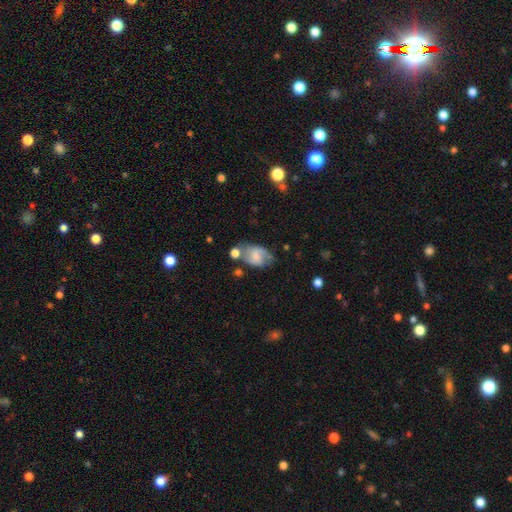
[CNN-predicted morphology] Smooth or featured? Predicted: smooth (p=0.50). Merging? Predicted: none (p=0.49).